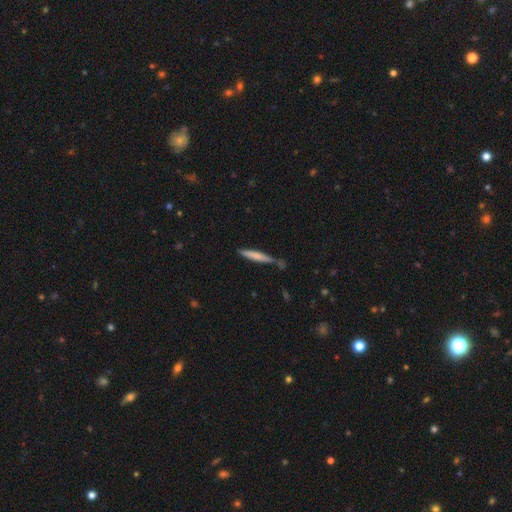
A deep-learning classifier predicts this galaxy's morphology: type=smooth (71%); roundness=cigar-shaped (94%); merging=none (66%).